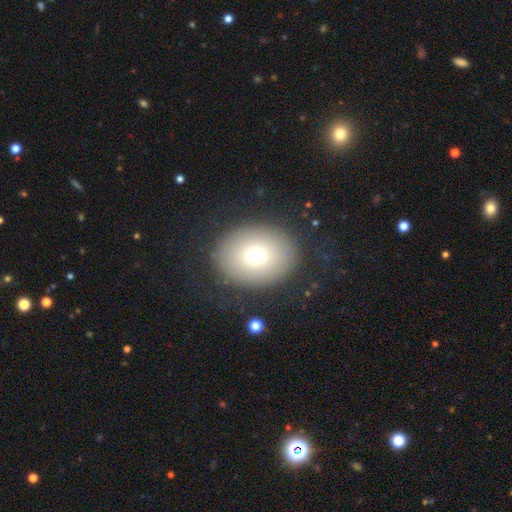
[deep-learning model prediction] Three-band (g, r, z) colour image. It shows a smooth galaxy with no disk features (73%) that is in between round and cigar-shaped (52%). Merging: none (83%).